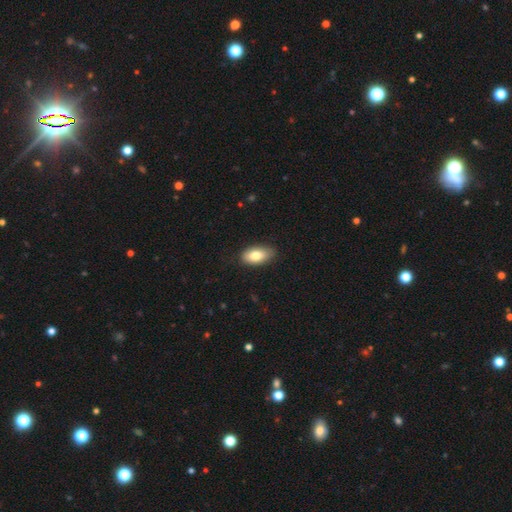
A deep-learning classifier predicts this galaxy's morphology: Smooth or featured?
  - smooth: 78% *
  - featured or disk: 15%
  - star or artifact: 7%
How rounded?
  - in between: 92% *
  - round: 4%
  - cigar-shaped: 4%
Merging?
  - none: 83% *
  - minor disturbance: 14%
  - major disturbance: 2%
  - merger: 1%